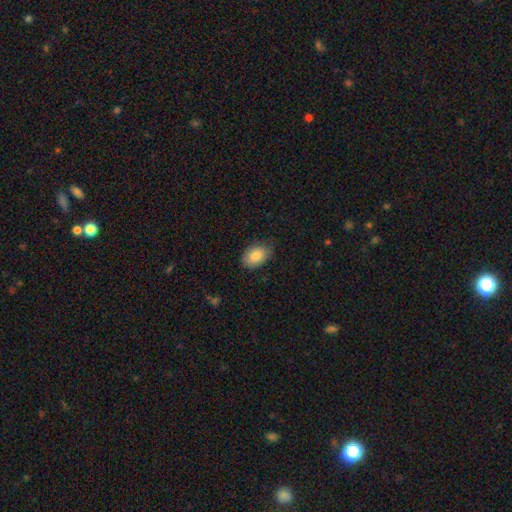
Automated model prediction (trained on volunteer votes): smooth-or-featured: smooth: 84% | featured or disk: 8% | star or artifact: 7%
  how-rounded: in between: 87% | round: 12% | cigar-shaped: 1%
  merging: none: 76% | minor disturbance: 19% | major disturbance: 3% | merger: 1%